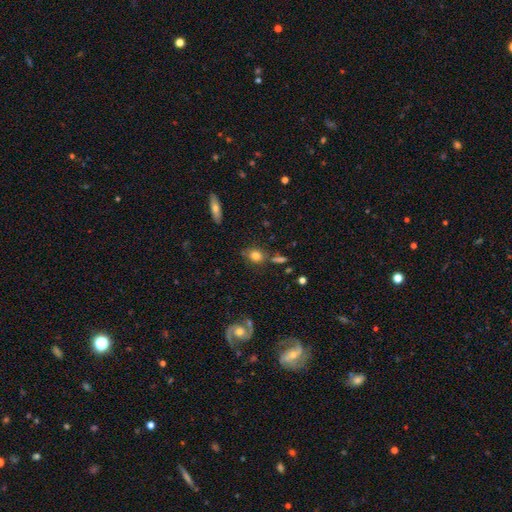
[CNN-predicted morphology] A smooth galaxy with no disk features (80%) that is round (57%). Merging: none (71%).